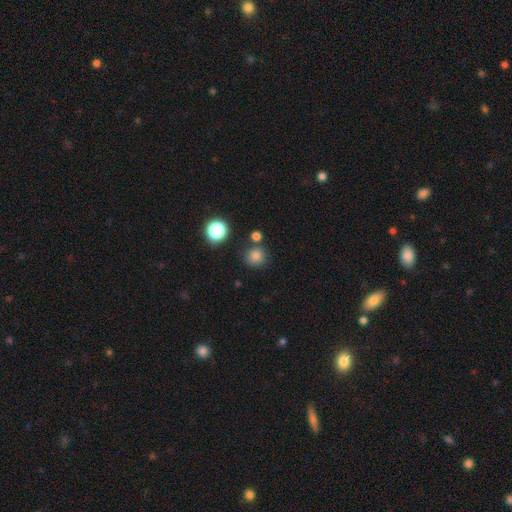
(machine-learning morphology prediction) smooth_or_featured: smooth (p=0.79) [alt: star or artifact p=0.16]
how_rounded: round (p=0.90) [alt: in between p=0.09]
merging: none (p=0.77) [alt: merger p=0.10]